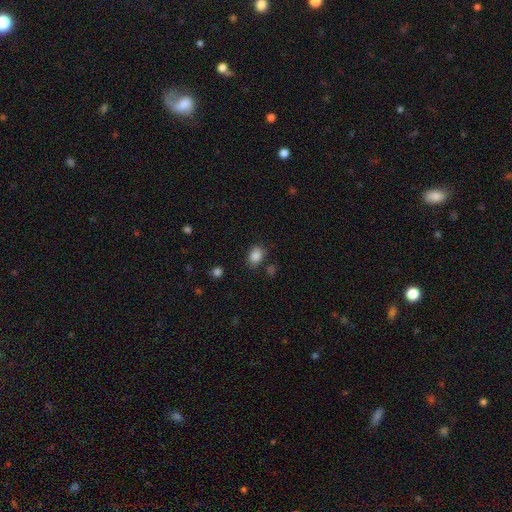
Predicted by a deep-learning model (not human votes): Smooth or featured? Predicted: smooth (p=0.85). How rounded? Predicted: in between (p=0.70). Merging? Predicted: none (p=0.79).